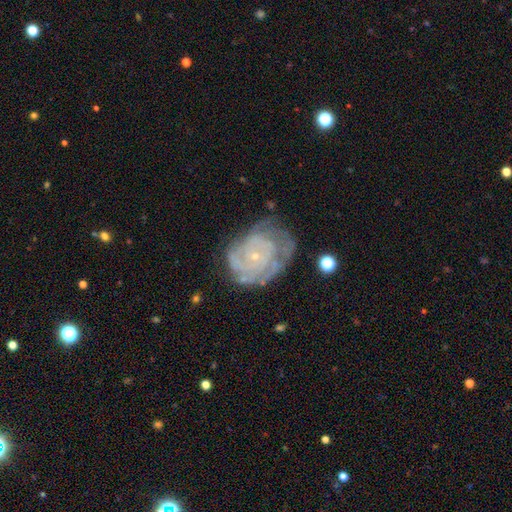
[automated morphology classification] A featured or disk galaxy (78%) with no bar (80%), tight (71%) spiral arms (89%) and a small central bulge (82%).

Vote fractions:
- Smooth or featured? featured or disk: 78% / smooth: 14% / star or artifact: 8%
- Edge-on disk? no: 97% / yes: 3%
- Bar? no: 80% / weak: 17% / strong: 4%
- Spiral arms? yes: 89% / no: 11%
- Spiral winding? tight: 71% / medium: 23% / loose: 6%
- Spiral arm count? can't tell: 42% / 3: 18% / 2: 17% / 4: 11% / more than 4: 6% / 1: 6%
- Bulge size? small: 82% / moderate: 12% / none: 3% / large: 1% / dominant: 1%
- Merging? none: 57% / minor disturbance: 26% / major disturbance: 15% / merger: 2%